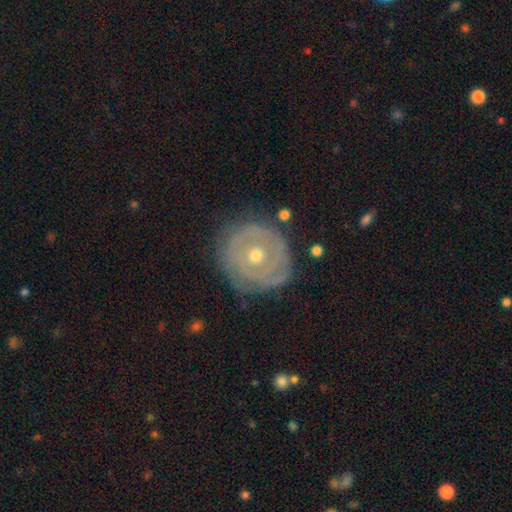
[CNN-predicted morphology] The model was most divided on "bulge size": moderate: 56%, small: 41%, large: 2%, none: 1%, dominant: 1%. More confident: edge-on disk — no (96%); bar — no (86%); merging — none (76%); smooth or featured — featured or disk (74%); spiral arms — yes (66%).